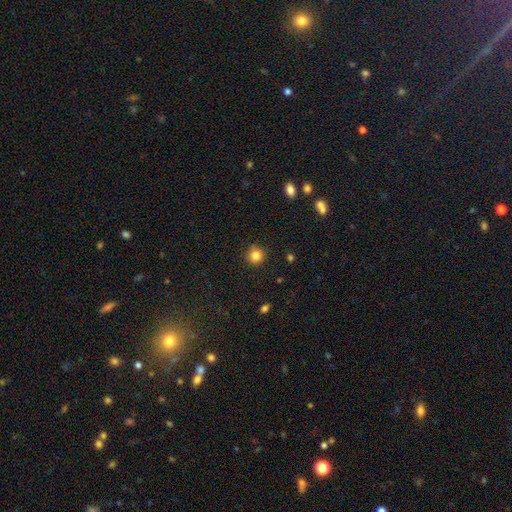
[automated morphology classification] smooth-or-featured: smooth: 83% | star or artifact: 12% | featured or disk: 5%
  how-rounded: round: 94% | in between: 5% | cigar-shaped: 1%
  merging: none: 89% | minor disturbance: 8% | major disturbance: 2% | merger: 1%